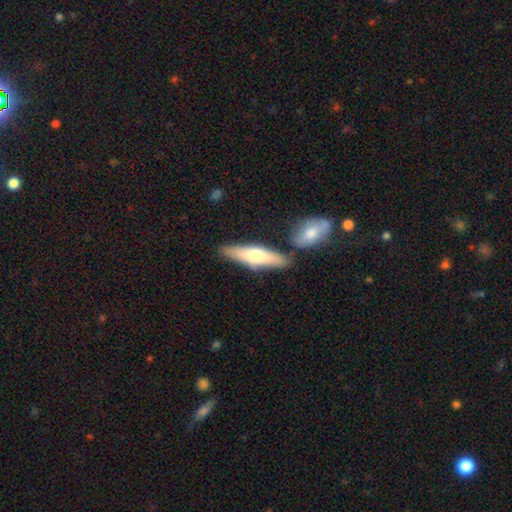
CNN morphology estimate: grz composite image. It shows a smooth galaxy with no disk features (60%) that is cigar-shaped (65%). Merging: none (73%).